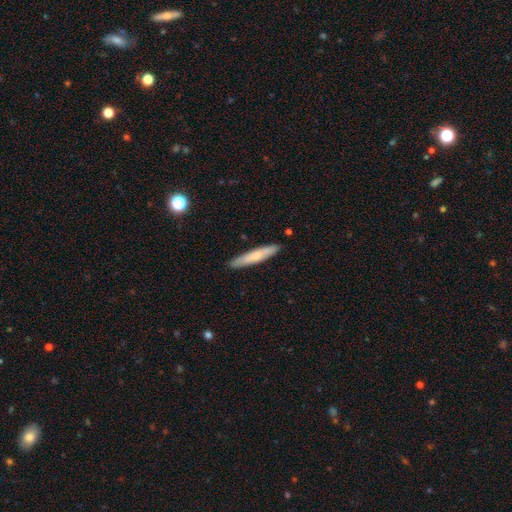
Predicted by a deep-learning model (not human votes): smooth_or_featured: smooth (p=0.66) [alt: featured or disk p=0.28]
how_rounded: cigar-shaped (p=0.92) [alt: in between p=0.06]
merging: none (p=0.89) [alt: minor disturbance p=0.08]